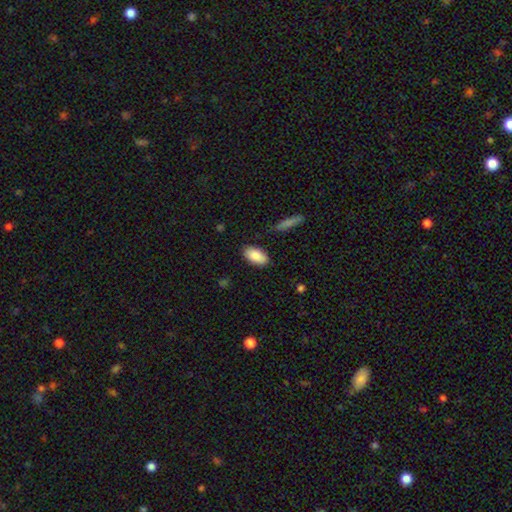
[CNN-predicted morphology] smooth-or-featured: smooth: 88% | star or artifact: 6% | featured or disk: 6%
  how-rounded: in between: 93% | cigar-shaped: 3% | round: 3%
  merging: none: 85% | minor disturbance: 11% | major disturbance: 2% | merger: 2%